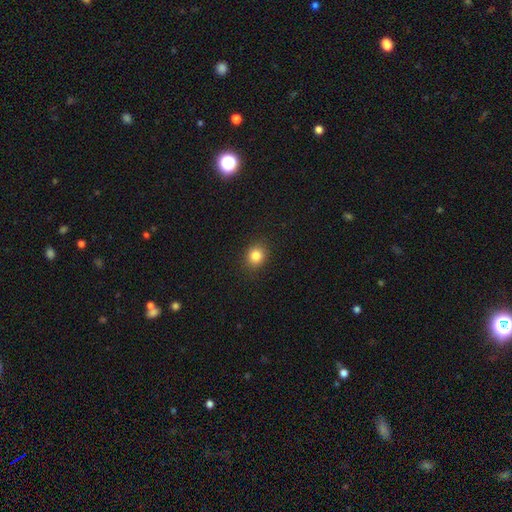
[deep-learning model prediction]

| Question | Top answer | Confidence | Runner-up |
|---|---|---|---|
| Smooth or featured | smooth | 84% | star or artifact (11%) |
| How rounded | round | 75% | in between (24%) |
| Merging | none | 89% | minor disturbance (7%) |